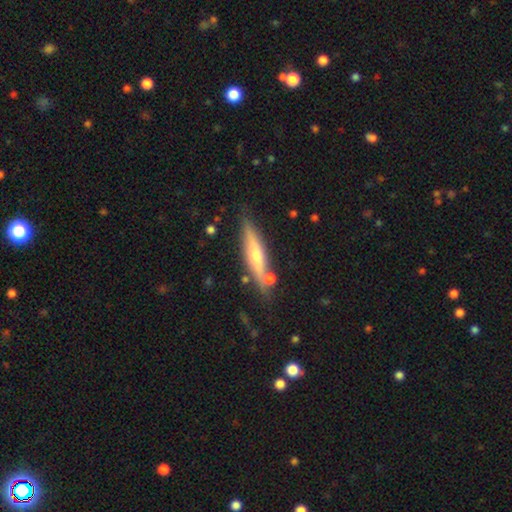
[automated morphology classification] Smooth or featured? Predicted: featured or disk (p=0.56). Edge-on disk? Predicted: yes (p=0.87). Merging? Predicted: none (p=0.76).